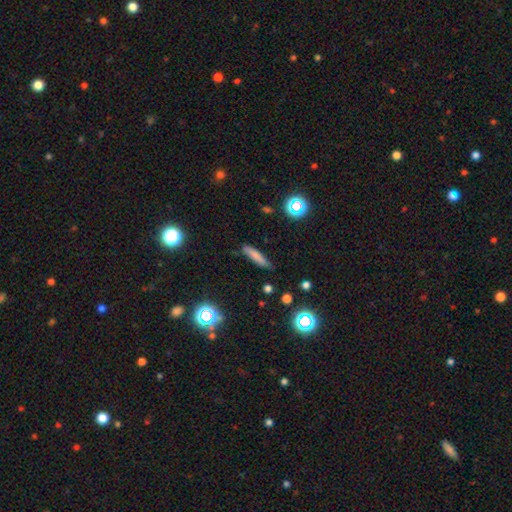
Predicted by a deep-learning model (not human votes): smooth-or-featured: smooth: 74% | featured or disk: 15% | star or artifact: 12%
  how-rounded: cigar-shaped: 83% | in between: 15% | round: 2%
  merging: none: 78% | minor disturbance: 17% | major disturbance: 3% | merger: 2%